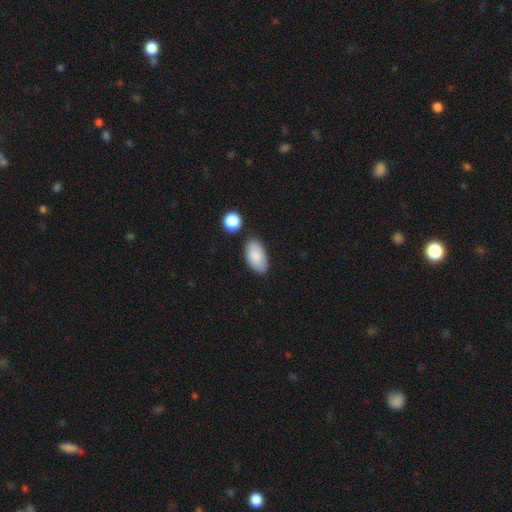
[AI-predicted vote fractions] A smooth galaxy with no disk features (87%) that is in between round and cigar-shaped (95%). Merging: none (77%).